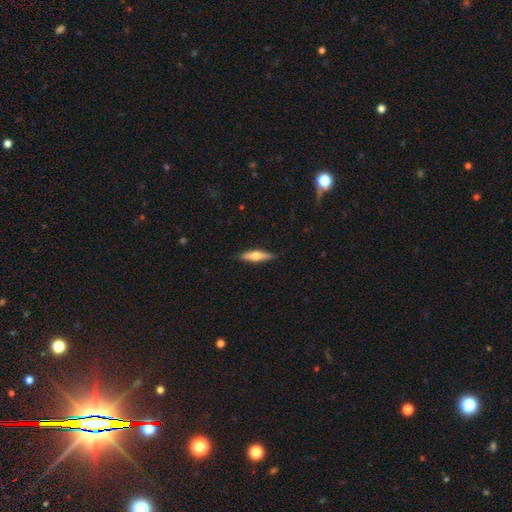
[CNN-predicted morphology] Q: Smooth or featured?
A: smooth (52%); runner-up: featured or disk (43%)
Q: How rounded?
A: cigar-shaped (73%); runner-up: in between (25%)
Q: Merging?
A: none (87%); runner-up: minor disturbance (10%)